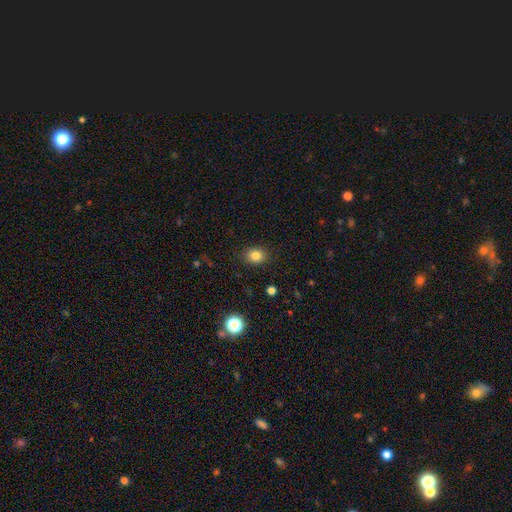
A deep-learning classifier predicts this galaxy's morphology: type=smooth (83%); roundness=round (54%); merging=none (87%).